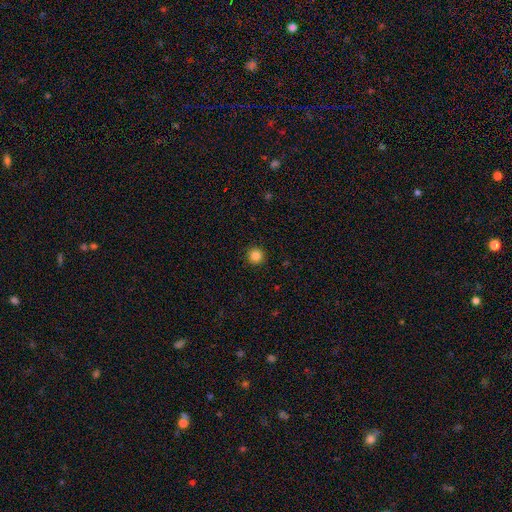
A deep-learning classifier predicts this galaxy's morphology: smooth-or-featured: smooth: 84% | star or artifact: 11% | featured or disk: 4%
  how-rounded: round: 96% | in between: 4% | cigar-shaped: 1%
  merging: none: 93% | minor disturbance: 4% | major disturbance: 2% | merger: 1%